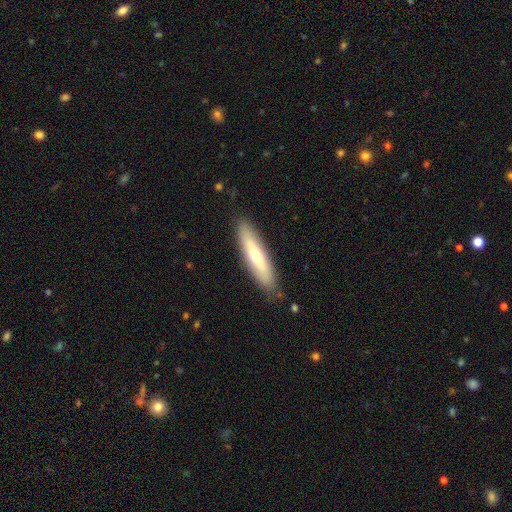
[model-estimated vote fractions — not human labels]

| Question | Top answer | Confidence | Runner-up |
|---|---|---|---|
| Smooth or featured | smooth | 52% | featured or disk (42%) |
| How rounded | cigar-shaped | 75% | in between (23%) |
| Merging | none | 87% | minor disturbance (10%) |